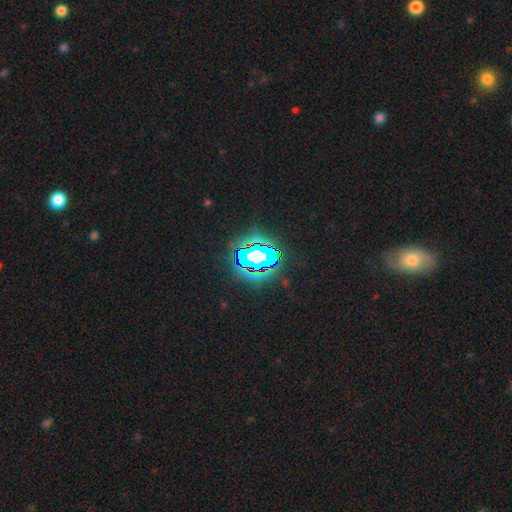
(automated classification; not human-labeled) This appears to be a star or artifact, not a galaxy (66%).